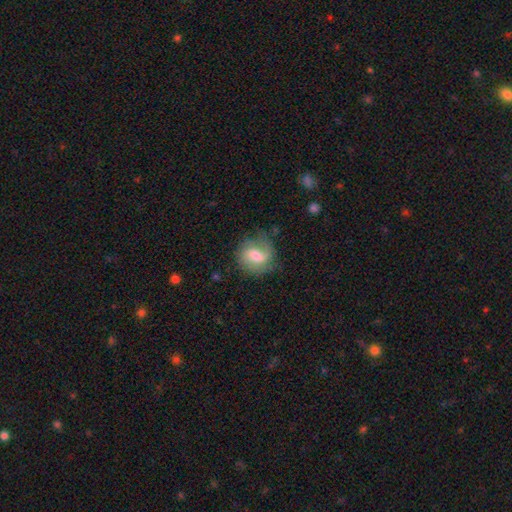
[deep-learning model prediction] featured or disk 48%, smooth 44%, star or artifact 8%. Down the decision tree: merging — none (62%).